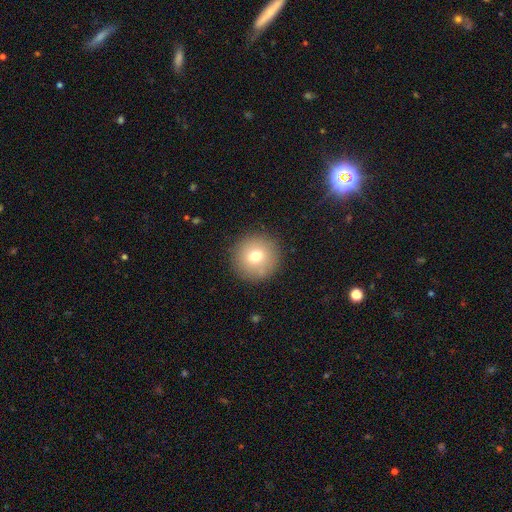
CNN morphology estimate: Overall: smooth (74%). How rounded: round (96%). Merging: none (90%).